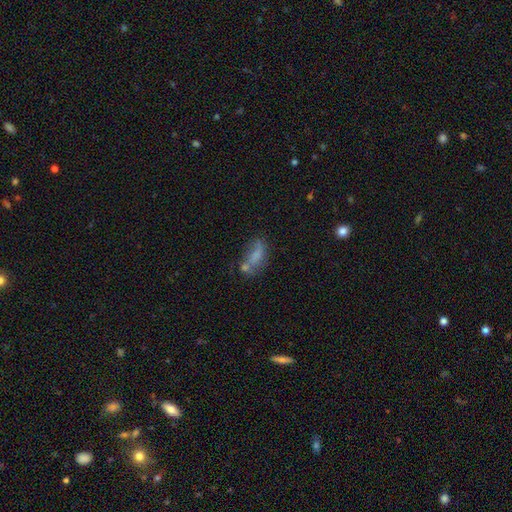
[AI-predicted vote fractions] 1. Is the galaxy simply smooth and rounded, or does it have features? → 58% smooth, 29% featured or disk, 13% star or artifact.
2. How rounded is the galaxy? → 74% in between, 21% cigar-shaped, 6% round.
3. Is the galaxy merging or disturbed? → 33% none, 28% merger, 21% minor disturbance, 19% major disturbance.